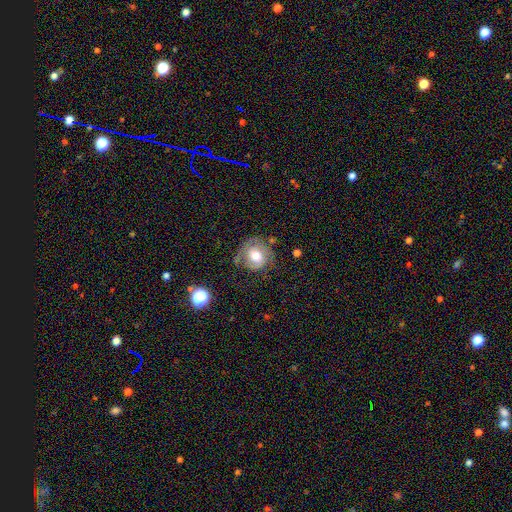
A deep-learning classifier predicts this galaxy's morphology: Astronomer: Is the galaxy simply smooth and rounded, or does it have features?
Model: featured or disk — 50% (runner-up: smooth, 41%).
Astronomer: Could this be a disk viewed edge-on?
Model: no — 97%.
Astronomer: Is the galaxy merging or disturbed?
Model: none — 53%.